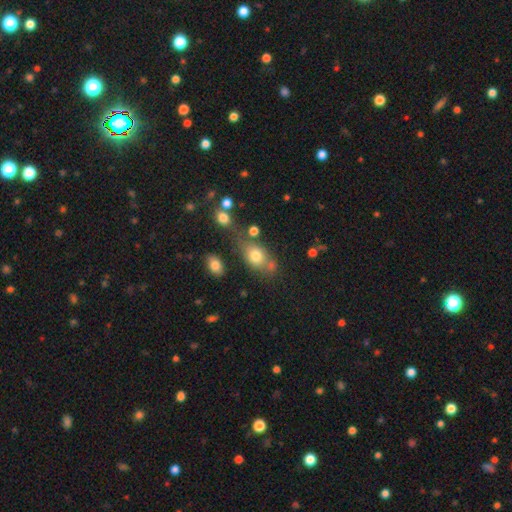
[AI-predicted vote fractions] Smooth or featured? smooth (75%)
How rounded? in between (69%)
Merging? none (54%)